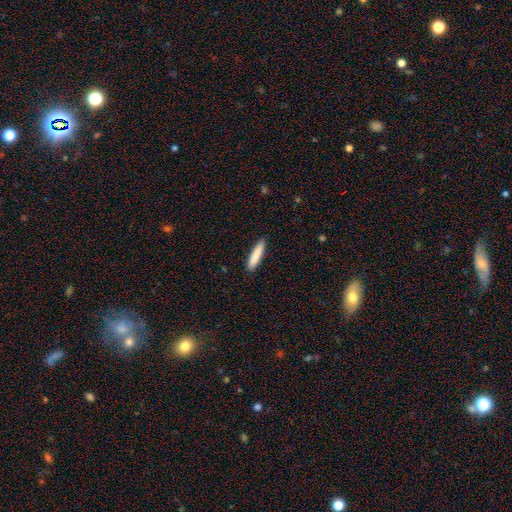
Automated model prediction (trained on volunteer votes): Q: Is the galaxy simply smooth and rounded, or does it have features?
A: smooth — 86%.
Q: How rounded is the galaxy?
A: cigar-shaped — 85%.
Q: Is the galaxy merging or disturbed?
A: none — 90%.